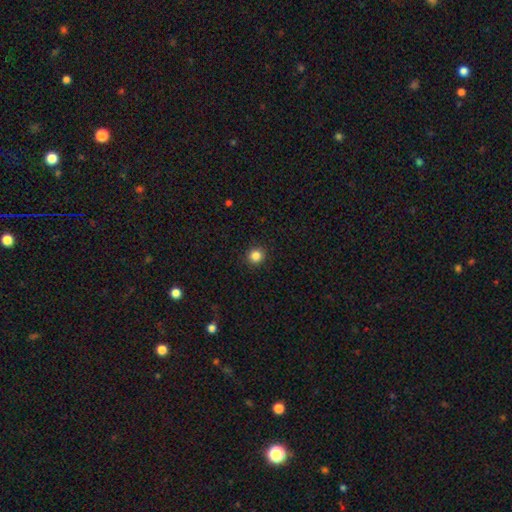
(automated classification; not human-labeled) Q: Smooth or featured?
A: smooth (85%); runner-up: star or artifact (11%)
Q: How rounded?
A: round (93%); runner-up: in between (6%)
Q: Merging?
A: none (92%); runner-up: minor disturbance (5%)